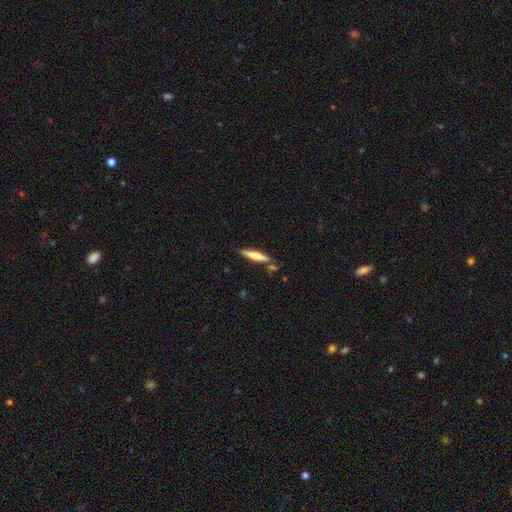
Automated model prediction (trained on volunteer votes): Smooth or featured: smooth — 65% (featured or disk — 30%)
How rounded: cigar-shaped — 90% (in between — 9%)
Merging: none — 77% (minor disturbance — 12%)